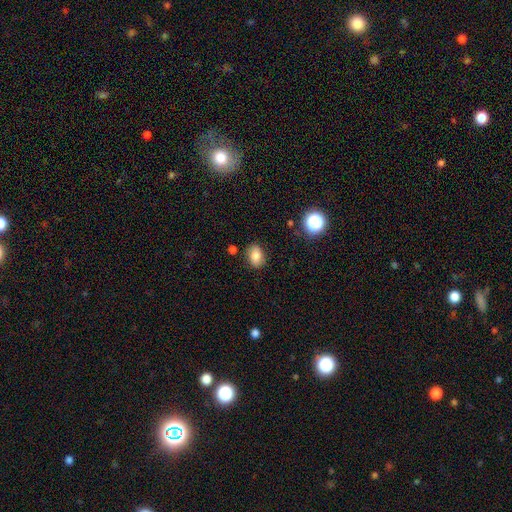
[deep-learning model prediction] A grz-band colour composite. It shows a smooth galaxy with no disk features (78%) that is in between round and cigar-shaped (73%). Merging: none (84%).